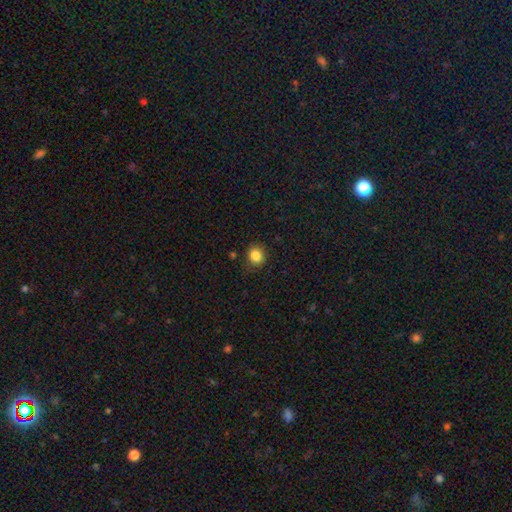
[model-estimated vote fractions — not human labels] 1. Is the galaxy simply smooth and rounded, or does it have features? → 84% smooth, 11% star or artifact, 5% featured or disk.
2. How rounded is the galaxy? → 78% round, 21% in between, 1% cigar-shaped.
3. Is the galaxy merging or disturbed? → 85% none, 11% minor disturbance, 3% major disturbance, 1% merger.